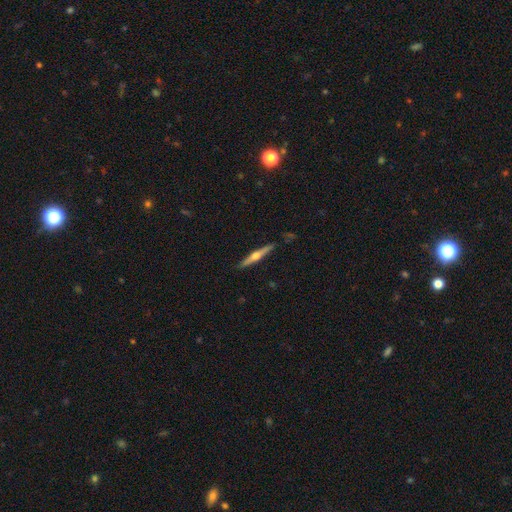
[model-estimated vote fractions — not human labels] featured or disk 69%, smooth 26%, star or artifact 5%. Down the decision tree: edge-on disk — yes (98%); edge-on bulge — rounded (92%); merging — none (89%).